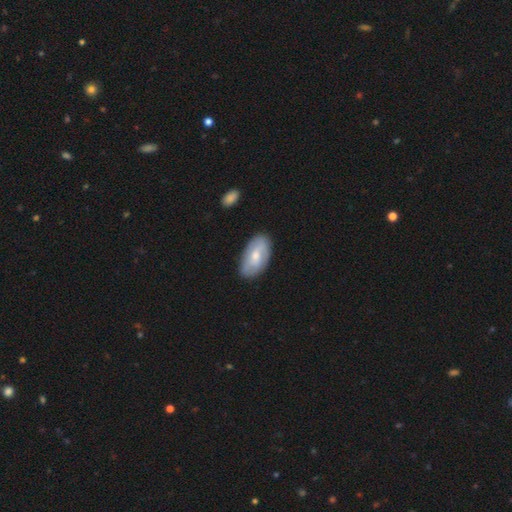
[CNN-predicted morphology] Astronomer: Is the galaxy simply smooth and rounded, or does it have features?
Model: smooth — 56% (runner-up: featured or disk, 39%).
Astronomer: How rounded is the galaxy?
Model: in between — 94%.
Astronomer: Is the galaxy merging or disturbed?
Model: none — 81%.